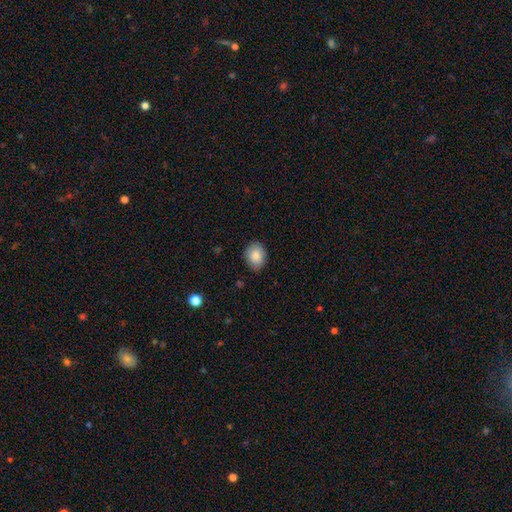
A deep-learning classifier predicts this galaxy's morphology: Smooth or featured? smooth (86%)
How rounded? in between (56%)
Merging? none (80%)